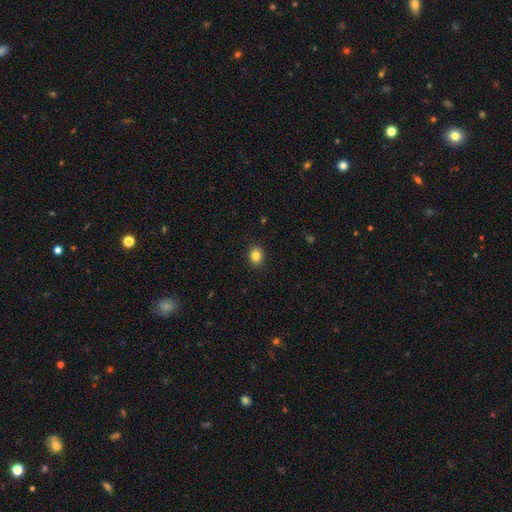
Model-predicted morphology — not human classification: This appears to be a smooth galaxy with no disk features (84%) that is round (60%). Merging: none (91%).